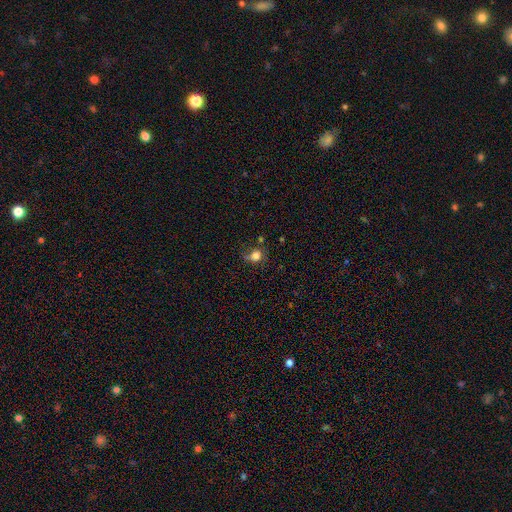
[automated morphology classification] A smooth galaxy with no disk features (76%) that is round (72%).

Vote fractions:
- Smooth or featured? smooth: 76% / star or artifact: 13% / featured or disk: 11%
- How rounded? round: 72% / in between: 27% / cigar-shaped: 1%
- Merging? none: 53% / minor disturbance: 27% / major disturbance: 15% / merger: 5%